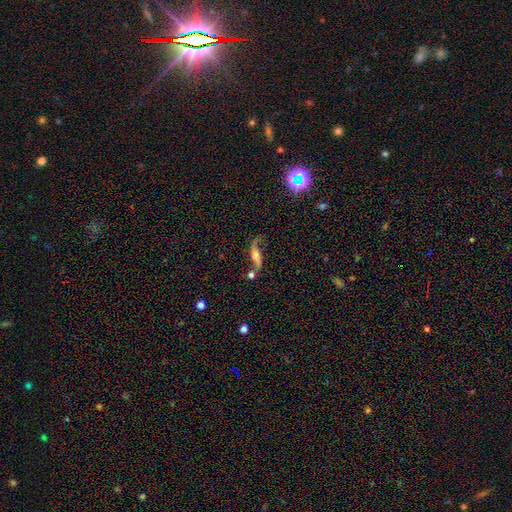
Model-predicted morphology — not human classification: Smooth or featured? Predicted: featured or disk (p=0.77). Edge-on disk? Predicted: no (p=0.79). Bar? Predicted: no (p=0.56). Spiral arms? Predicted: yes (p=0.91). Spiral winding? Predicted: loose (p=0.90). Spiral arm count? Predicted: 2 (p=0.89). Bulge size? Predicted: moderate (p=0.51). Merging? Predicted: none (p=0.53).